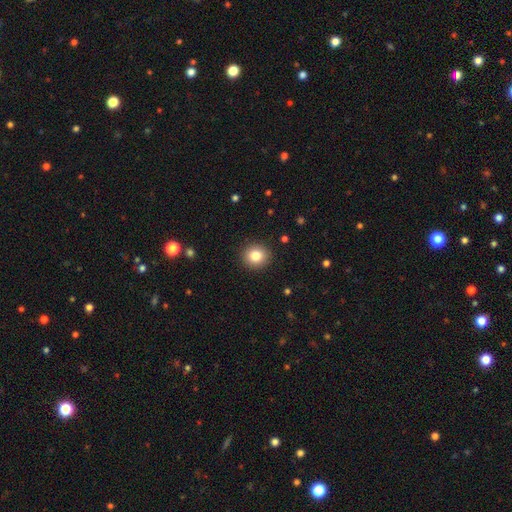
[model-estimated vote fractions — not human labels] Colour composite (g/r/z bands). It shows a smooth galaxy with no disk features (82%) that is round (88%). Merging: none (91%).